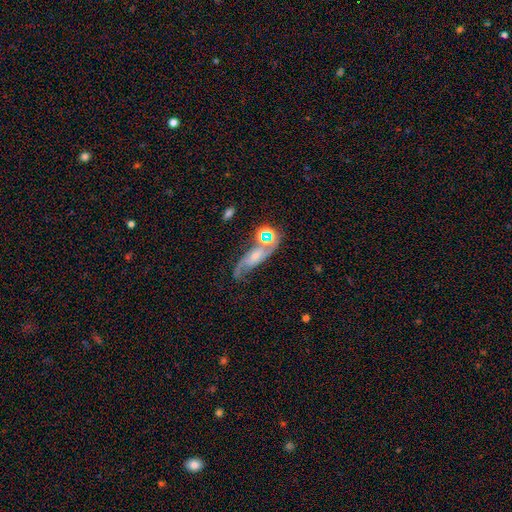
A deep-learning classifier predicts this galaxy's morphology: Overall: featured or disk (75%). Edge-on disk: no (89%). Bar: no (56%; weak 33%). Spiral arms: yes (94%). Spiral arm count: 2 (84%). Spiral winding: medium (42%; loose 41%). Bulge size: small (50%; moderate 37%). Merging: none (48%; minor disturbance 19%).